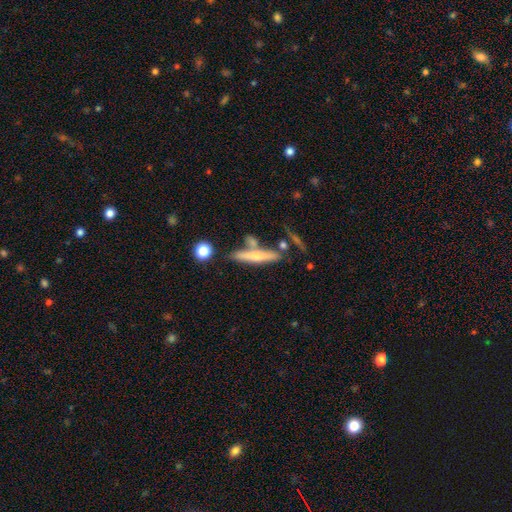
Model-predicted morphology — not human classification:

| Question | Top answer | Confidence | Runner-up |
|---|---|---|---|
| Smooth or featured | smooth | 50% | featured or disk (43%) |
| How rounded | cigar-shaped | 88% | in between (9%) |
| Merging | none | 66% | merger (17%) |